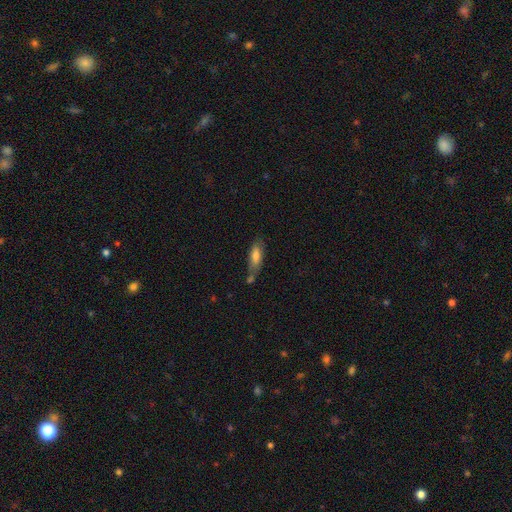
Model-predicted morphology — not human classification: Smooth or featured? Predicted: smooth (p=0.69). How rounded? Predicted: in between (p=0.51). Merging? Predicted: none (p=0.55).